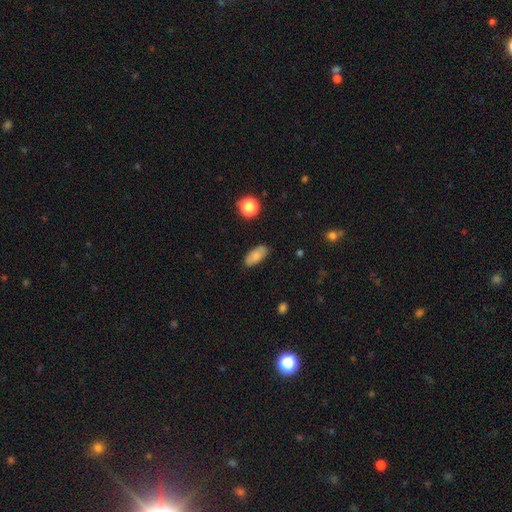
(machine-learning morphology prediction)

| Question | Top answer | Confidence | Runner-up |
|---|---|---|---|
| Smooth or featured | smooth | 81% | featured or disk (11%) |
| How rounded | in between | 89% | cigar-shaped (7%) |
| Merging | none | 83% | minor disturbance (13%) |